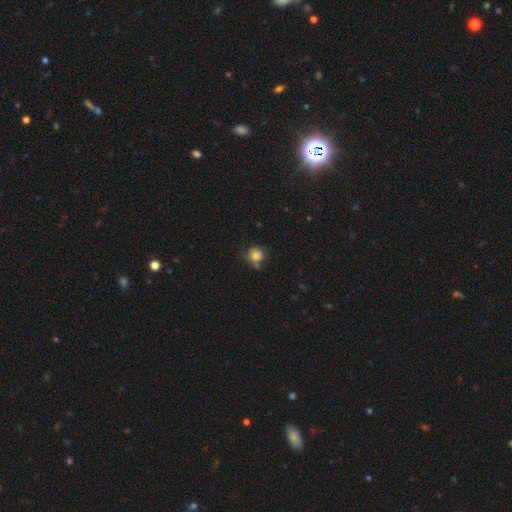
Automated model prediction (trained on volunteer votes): Smooth or featured? Predicted: smooth (p=0.70). How rounded? Predicted: round (p=0.84). Merging? Predicted: none (p=0.56).